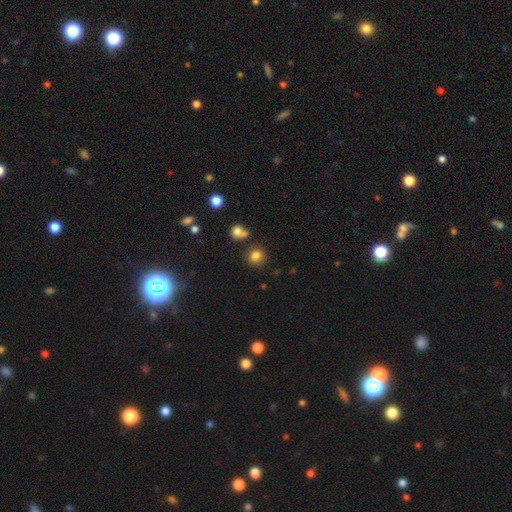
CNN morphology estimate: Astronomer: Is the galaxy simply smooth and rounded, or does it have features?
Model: smooth — 81%.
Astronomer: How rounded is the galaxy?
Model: round — 84%.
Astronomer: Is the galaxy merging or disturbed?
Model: none — 79%.